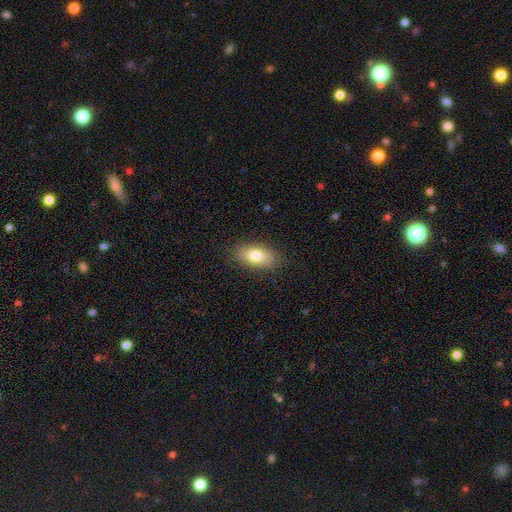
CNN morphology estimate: The model was most divided on "smooth or featured": smooth: 80%, featured or disk: 13%, star or artifact: 7%. More confident: how rounded — in between (88%); merging — none (86%).